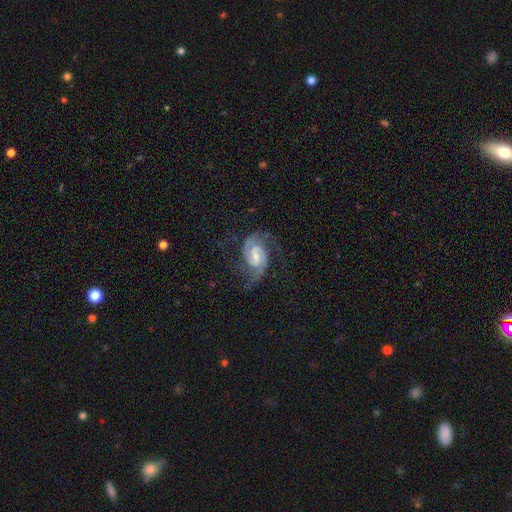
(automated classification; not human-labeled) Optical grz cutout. It shows a featured or disk galaxy (90%) with a weak bar (57%), 2 (91%) medium (55%) spiral arms (98%) and a small central bulge (46%). Merging: none (70%).